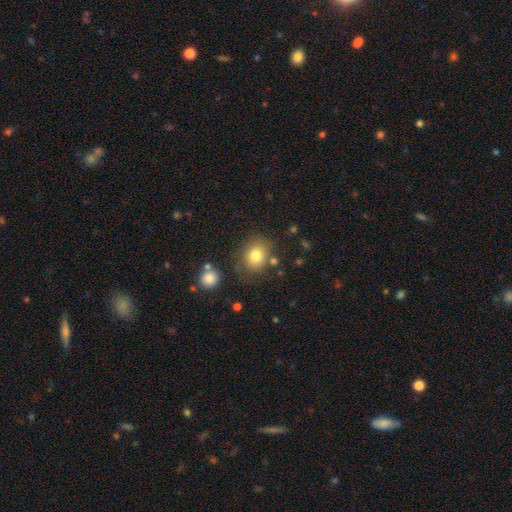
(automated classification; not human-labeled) Smooth or featured?
  - smooth: 79% *
  - star or artifact: 10%
  - featured or disk: 10%
How rounded?
  - round: 55% *
  - in between: 44%
  - cigar-shaped: 1%
Merging?
  - none: 71% *
  - minor disturbance: 16%
  - merger: 7%
  - major disturbance: 6%